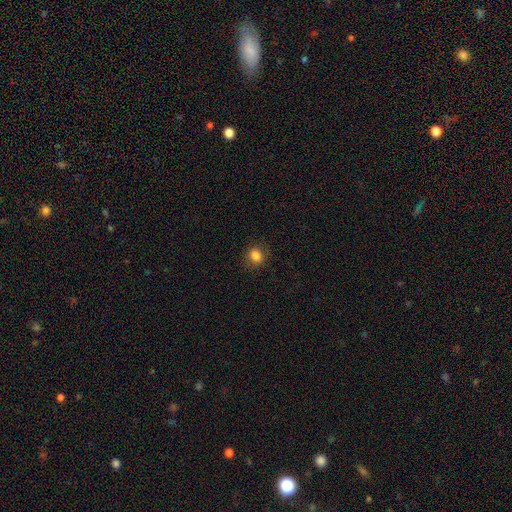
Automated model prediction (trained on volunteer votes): smooth 84%, star or artifact 11%, featured or disk 5%. Down the decision tree: how rounded — round (62%); merging — none (84%).